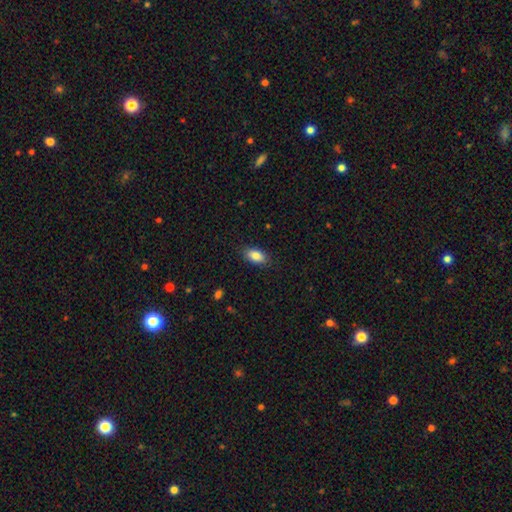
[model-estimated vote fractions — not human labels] Smooth or featured: smooth — 86% (star or artifact — 7%)
How rounded: in between — 91% (round — 5%)
Merging: none — 86% (minor disturbance — 10%)